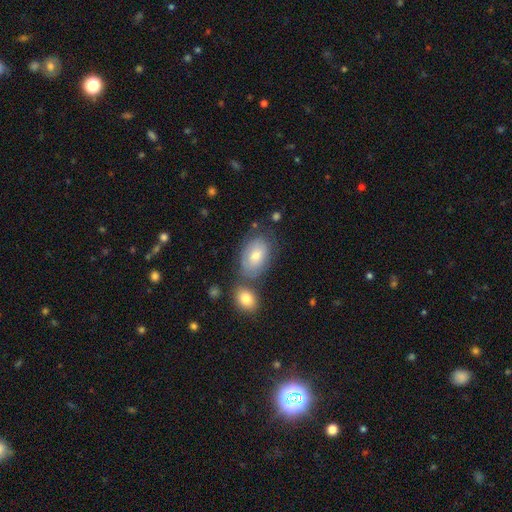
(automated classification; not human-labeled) Smooth or featured?
  - smooth: 69% *
  - featured or disk: 24%
  - star or artifact: 7%
How rounded?
  - in between: 86% *
  - round: 13%
  - cigar-shaped: 1%
Merging?
  - none: 56% *
  - merger: 19%
  - minor disturbance: 19%
  - major disturbance: 6%